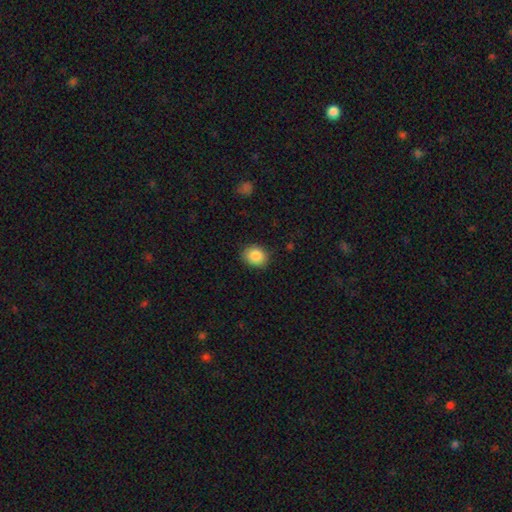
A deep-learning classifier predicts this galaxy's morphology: Q: Smooth or featured?
A: smooth (87%); runner-up: star or artifact (8%)
Q: How rounded?
A: round (61%); runner-up: in between (38%)
Q: Merging?
A: none (85%); runner-up: minor disturbance (11%)